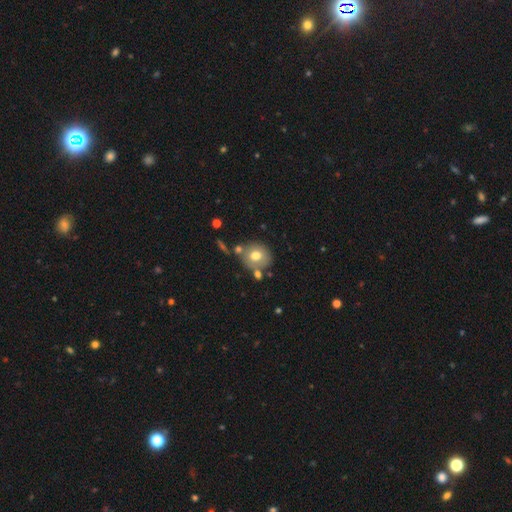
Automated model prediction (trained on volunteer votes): smooth_or_featured: smooth (p=0.69) [alt: featured or disk p=0.22]
how_rounded: round (p=0.77) [alt: in between p=0.22]
merging: none (p=0.67) [alt: merger p=0.15]